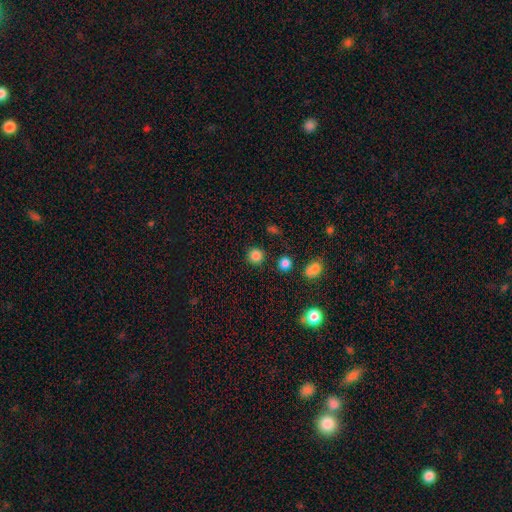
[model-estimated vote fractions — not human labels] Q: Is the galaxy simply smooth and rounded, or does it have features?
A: smooth — 84%.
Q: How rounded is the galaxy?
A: round — 93%.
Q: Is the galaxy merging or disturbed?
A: none — 89%.